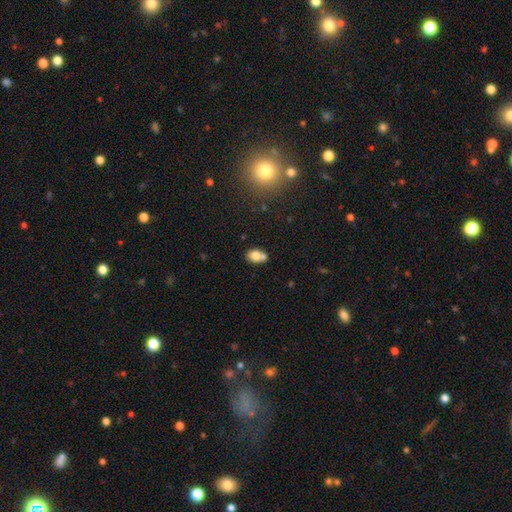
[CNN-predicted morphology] smooth_or_featured: smooth (p=0.75) [alt: featured or disk p=0.15]
how_rounded: in between (p=0.65) [alt: round p=0.34]
merging: none (p=0.46) [alt: merger p=0.37]